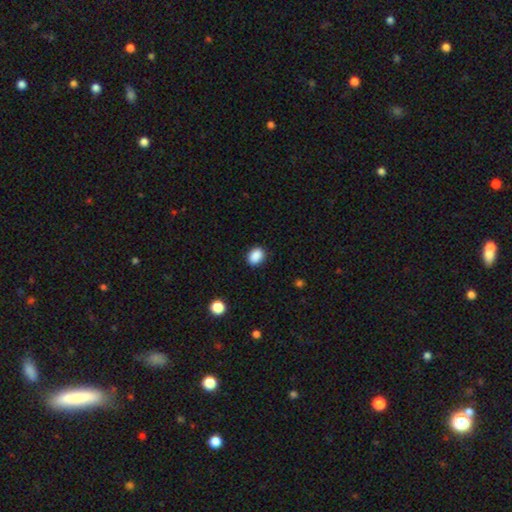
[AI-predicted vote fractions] Smooth or featured?
  - smooth: 89% *
  - star or artifact: 9%
  - featured or disk: 2%
How rounded?
  - in between: 59% *
  - round: 40%
  - cigar-shaped: 1%
Merging?
  - none: 88% *
  - minor disturbance: 8%
  - major disturbance: 2%
  - merger: 1%